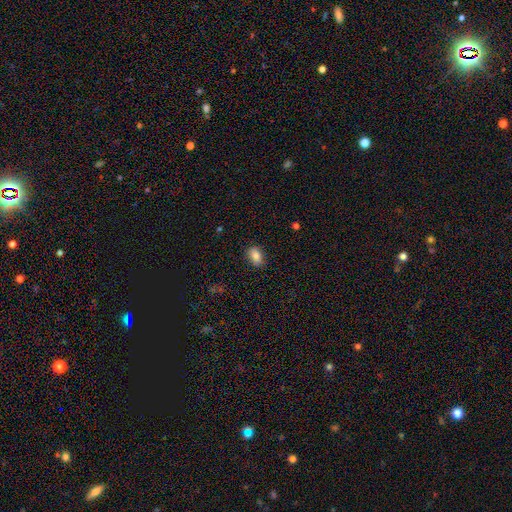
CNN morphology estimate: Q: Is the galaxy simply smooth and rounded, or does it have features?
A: smooth — 84%.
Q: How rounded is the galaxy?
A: in between — 85%.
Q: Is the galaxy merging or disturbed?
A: none — 84%.